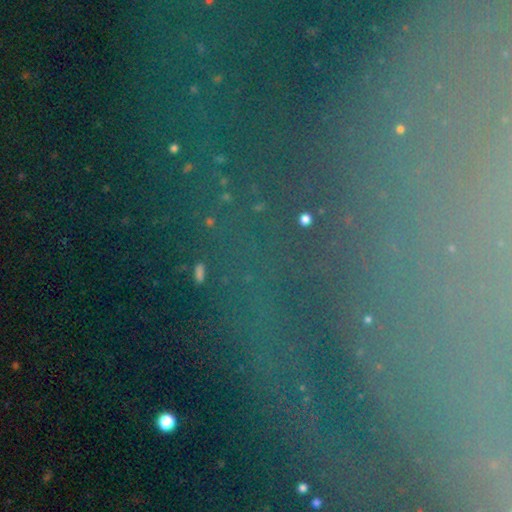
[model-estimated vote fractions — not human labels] This appears to be a star or artifact, not a galaxy (74%).